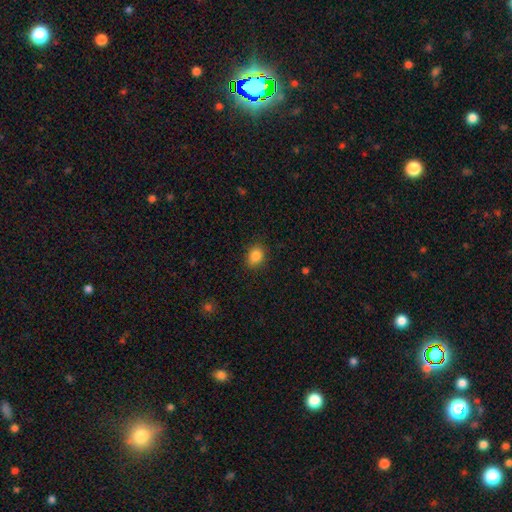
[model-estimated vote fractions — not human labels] This appears to be a smooth galaxy with no disk features (85%) that is in between round and cigar-shaped (53%). Merging: none (84%).